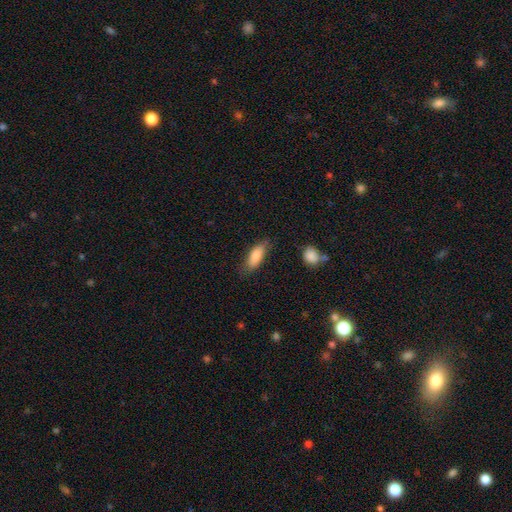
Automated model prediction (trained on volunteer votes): Smooth or featured?
  - smooth: 79% *
  - featured or disk: 15%
  - star or artifact: 7%
How rounded?
  - in between: 72% *
  - cigar-shaped: 25%
  - round: 2%
Merging?
  - none: 73% *
  - minor disturbance: 20%
  - major disturbance: 4%
  - merger: 2%